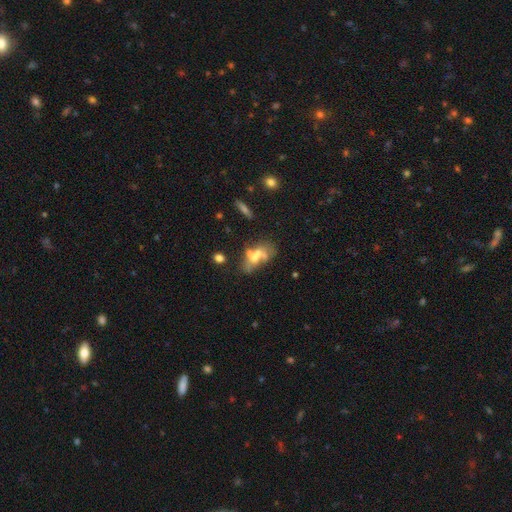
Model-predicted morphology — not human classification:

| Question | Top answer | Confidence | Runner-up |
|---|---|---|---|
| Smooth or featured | featured or disk | 48% | smooth (37%) |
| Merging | merger | 45% | none (25%) |